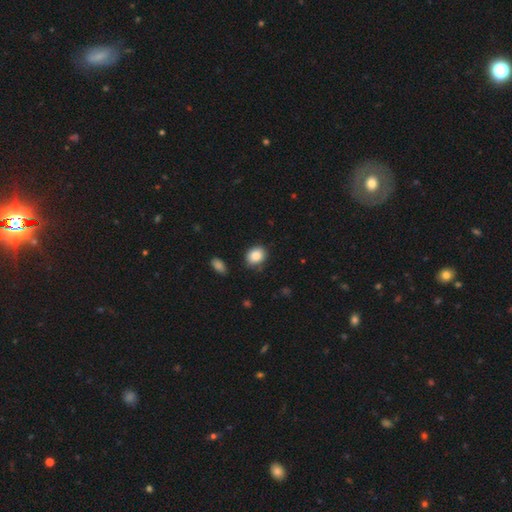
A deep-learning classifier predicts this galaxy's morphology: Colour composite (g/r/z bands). It shows a smooth galaxy with no disk features (86%) that is in between round and cigar-shaped (50%). Merging: none (80%).